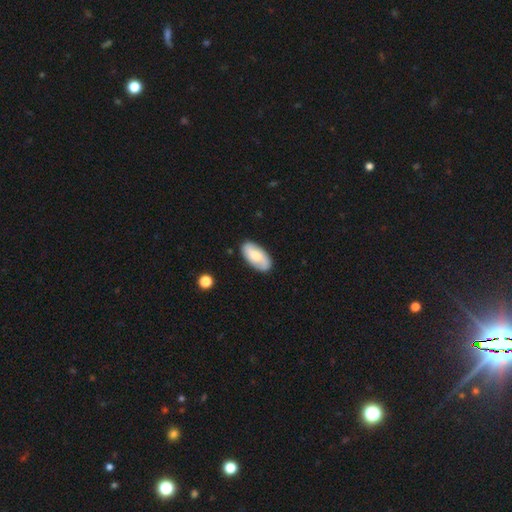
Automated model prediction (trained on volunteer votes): Smooth or featured? Predicted: smooth (p=0.55). How rounded? Predicted: in between (p=0.94). Merging? Predicted: none (p=0.85).